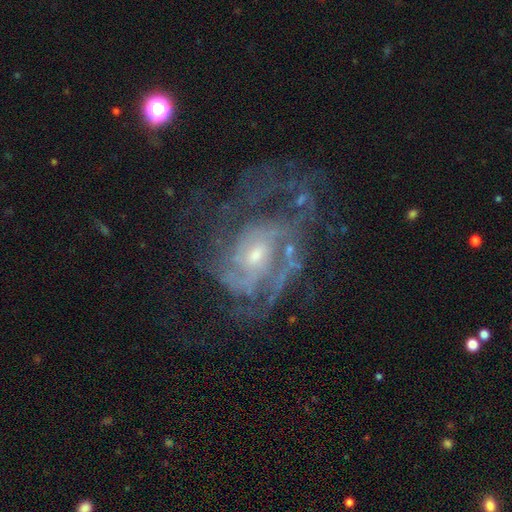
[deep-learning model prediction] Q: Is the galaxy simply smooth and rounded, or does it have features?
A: featured or disk — 86%.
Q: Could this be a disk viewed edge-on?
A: no — 97%.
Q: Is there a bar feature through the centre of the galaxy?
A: no — 54%.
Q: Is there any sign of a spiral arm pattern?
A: yes — 92%.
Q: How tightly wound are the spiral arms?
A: tight — 46%.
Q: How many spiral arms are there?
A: can't tell — 34%.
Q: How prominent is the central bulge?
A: small — 55%.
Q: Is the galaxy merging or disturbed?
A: none — 50%.